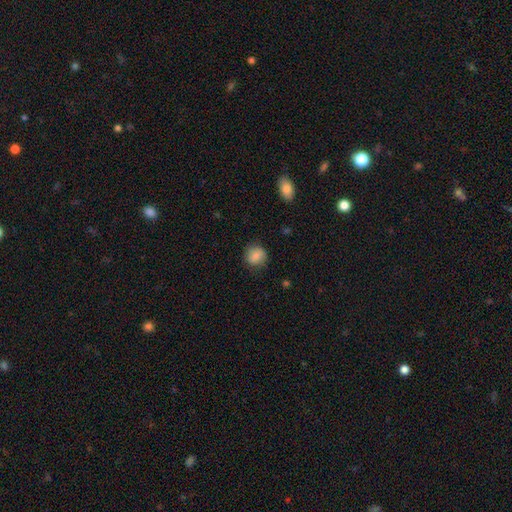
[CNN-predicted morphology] A smooth galaxy with no disk features (82%) that is round (84%).

Vote fractions:
- Smooth or featured? smooth: 82% / featured or disk: 10% / star or artifact: 8%
- How rounded? round: 84% / in between: 15% / cigar-shaped: 1%
- Merging? none: 82% / minor disturbance: 13% / major disturbance: 3% / merger: 1%